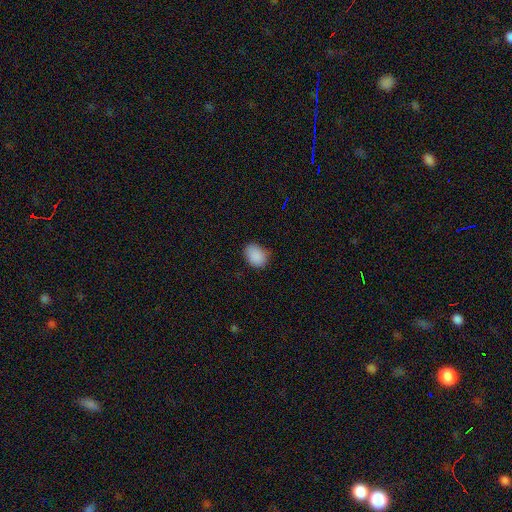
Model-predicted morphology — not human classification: A smooth galaxy with no disk features (88%) that is in between round and cigar-shaped (69%).

Vote fractions:
- Smooth or featured? smooth: 88% / star or artifact: 8% / featured or disk: 3%
- How rounded? in between: 69% / round: 30% / cigar-shaped: 1%
- Merging? none: 75% / minor disturbance: 20% / major disturbance: 4% / merger: 1%